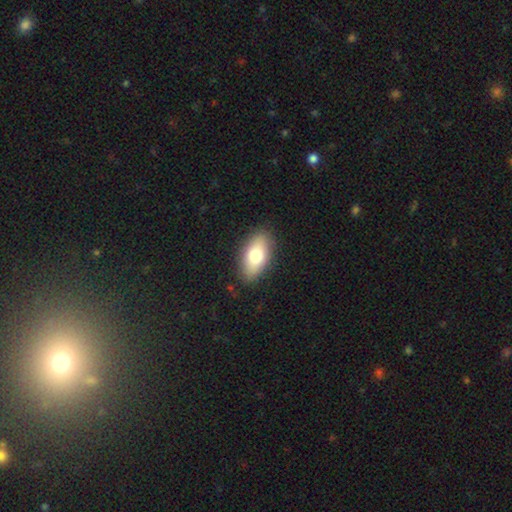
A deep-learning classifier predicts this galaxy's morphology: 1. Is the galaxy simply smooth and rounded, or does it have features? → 75% smooth, 19% featured or disk, 7% star or artifact.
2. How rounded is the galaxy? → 89% in between, 6% cigar-shaped, 4% round.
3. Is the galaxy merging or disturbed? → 87% none, 10% minor disturbance, 3% major disturbance, 1% merger.